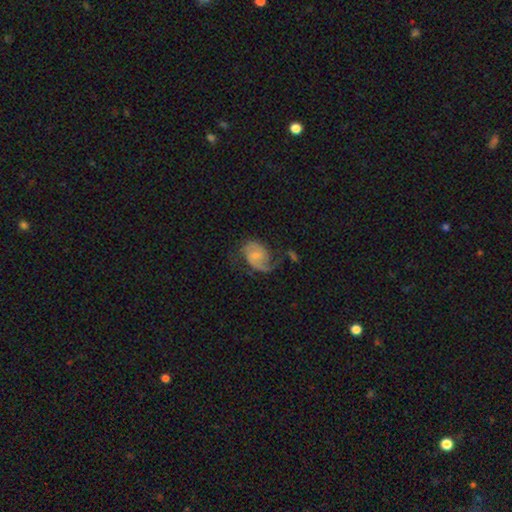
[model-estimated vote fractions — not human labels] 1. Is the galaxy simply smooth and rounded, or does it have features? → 76% featured or disk, 18% smooth, 6% star or artifact.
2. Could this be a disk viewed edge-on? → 98% no, 2% yes.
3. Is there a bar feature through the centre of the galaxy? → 48% no, 44% weak, 8% strong.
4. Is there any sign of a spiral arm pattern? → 93% yes, 7% no.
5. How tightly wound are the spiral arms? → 47% medium, 34% loose, 19% tight.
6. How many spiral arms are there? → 75% 2, 15% 1, 6% can't tell, 2% 3, 1% 4, 1% more than 4.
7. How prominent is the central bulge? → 55% small, 25% moderate, 16% none, 3% large, 1% dominant.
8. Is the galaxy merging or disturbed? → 49% none, 24% minor disturbance, 24% major disturbance, 3% merger.